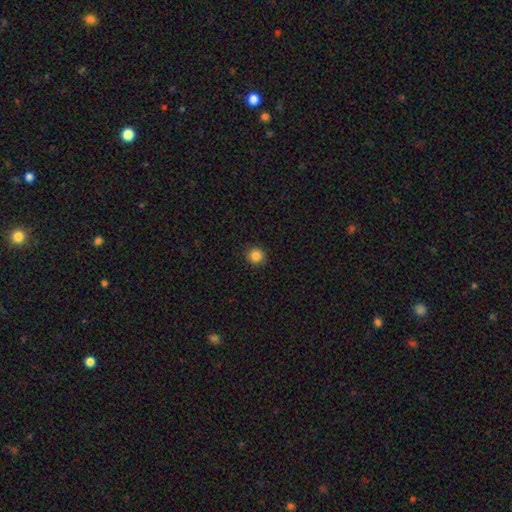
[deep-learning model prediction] This is clearly a smooth galaxy (86%). How rounded: clearly round (92%). Merging: clearly none (90%).